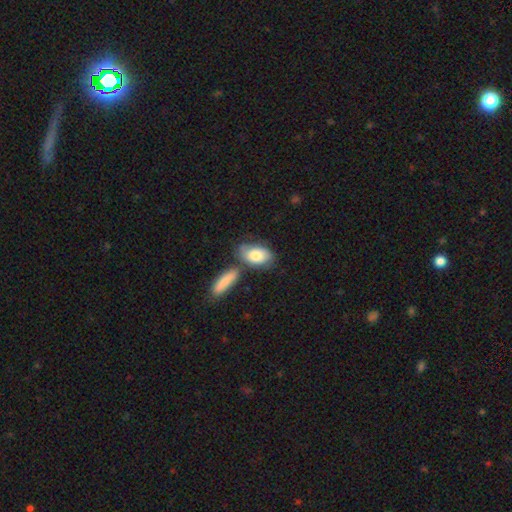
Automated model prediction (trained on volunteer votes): Smooth or featured? Predicted: smooth (p=0.76). How rounded? Predicted: in between (p=0.90). Merging? Predicted: none (p=0.49).